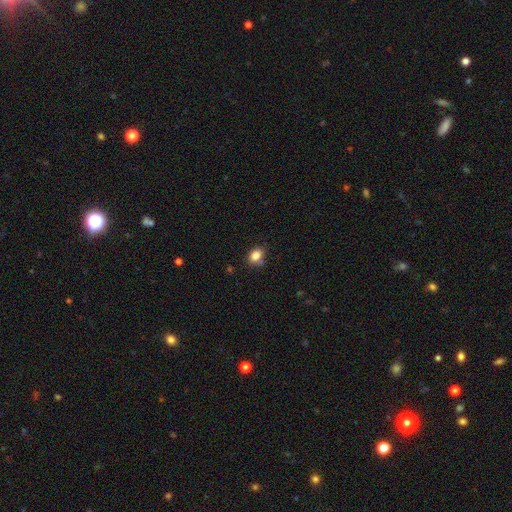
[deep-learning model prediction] smooth-or-featured: smooth: 84% | star or artifact: 11% | featured or disk: 6%
  how-rounded: in between: 63% | round: 36% | cigar-shaped: 1%
  merging: none: 74% | minor disturbance: 16% | merger: 6% | major disturbance: 4%